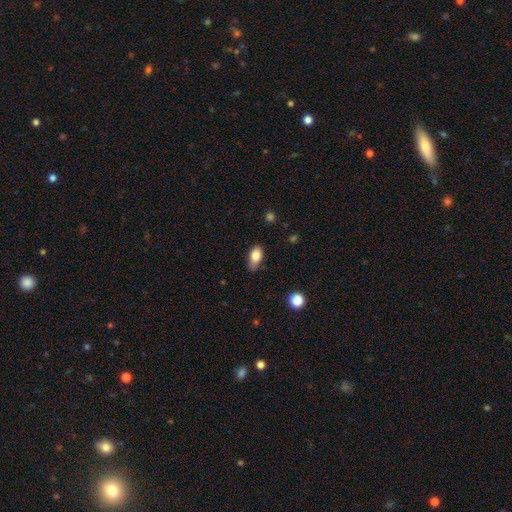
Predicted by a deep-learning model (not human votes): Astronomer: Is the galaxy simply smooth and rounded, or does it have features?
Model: smooth — 80%.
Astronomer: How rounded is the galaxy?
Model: in between — 87%.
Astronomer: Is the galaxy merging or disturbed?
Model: none — 68%.